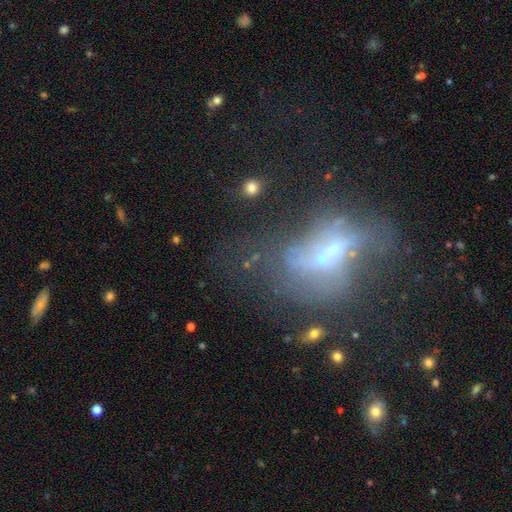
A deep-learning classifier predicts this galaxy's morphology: featured or disk 54%, smooth 26%, star or artifact 20%. Down the decision tree: edge-on disk — no (84%); merging — none (35%).